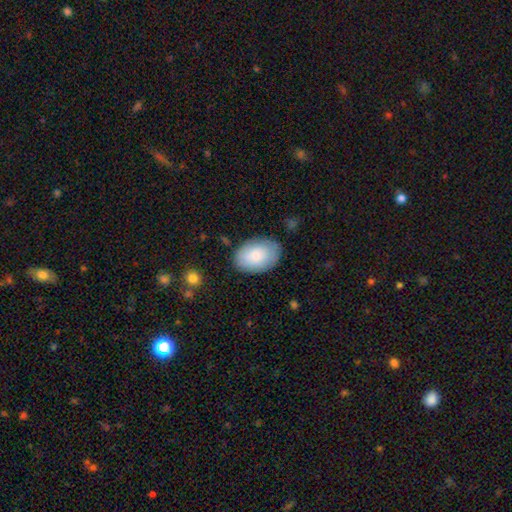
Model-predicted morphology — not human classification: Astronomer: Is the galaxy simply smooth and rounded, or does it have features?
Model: smooth — 80%.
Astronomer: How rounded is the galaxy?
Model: in between — 88%.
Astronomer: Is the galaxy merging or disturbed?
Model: none — 82%.